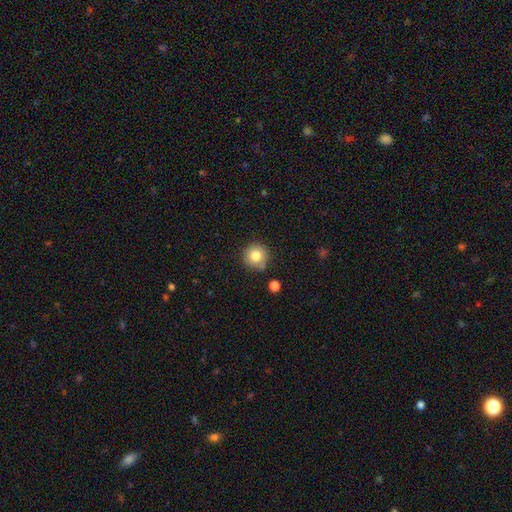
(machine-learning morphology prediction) The model was most divided on "merging": none: 79%, minor disturbance: 12%, merger: 5%, major disturbance: 3%. More confident: how rounded — round (94%); smooth or featured — smooth (81%).